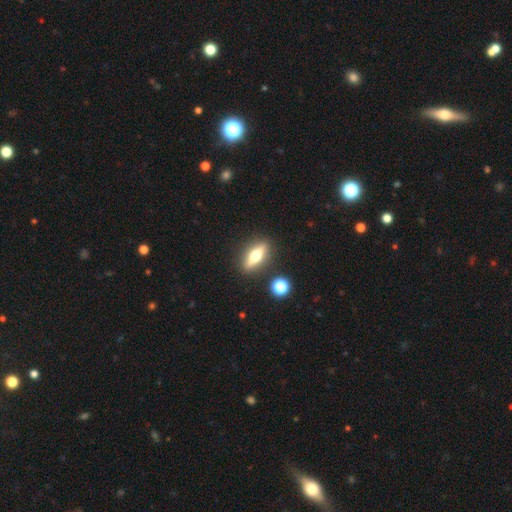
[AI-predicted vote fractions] Smooth or featured: featured or disk — 54% (smooth — 39%)
Edge-on disk: yes — 87% (no — 13%)
Merging: none — 87% (minor disturbance — 7%)